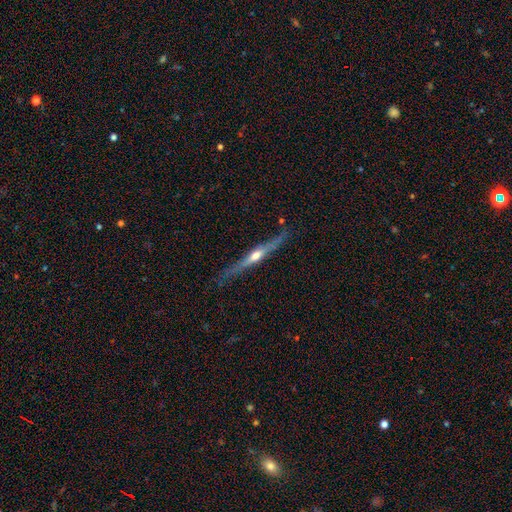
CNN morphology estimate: featured or disk 71%, smooth 23%, star or artifact 5%. Down the decision tree: edge-on disk — yes (95%); edge-on bulge — rounded (81%); merging — none (75%).